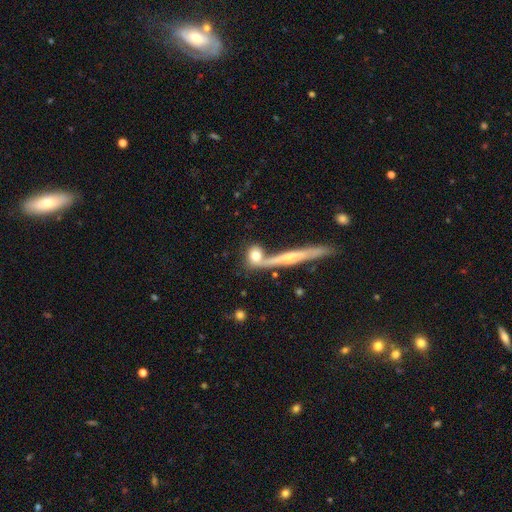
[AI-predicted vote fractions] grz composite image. It shows a smooth galaxy with no disk features (69%) that is round (61%). Merging: none (51%).